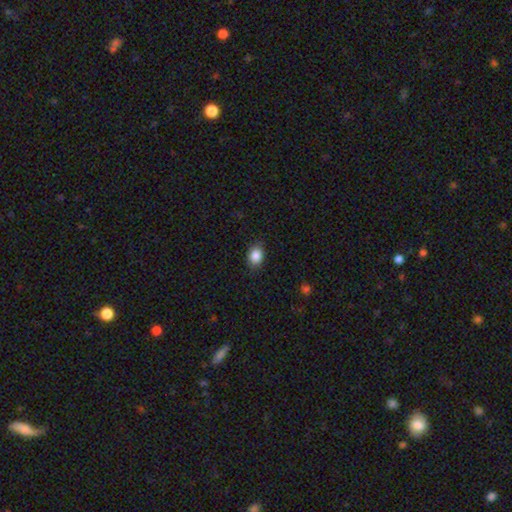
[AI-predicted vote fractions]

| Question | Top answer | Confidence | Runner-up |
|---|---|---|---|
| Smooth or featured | smooth | 86% | star or artifact (9%) |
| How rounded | in between | 62% | round (37%) |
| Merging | none | 85% | minor disturbance (11%) |